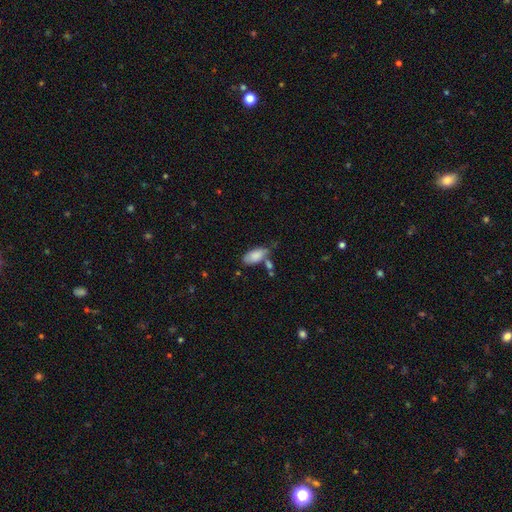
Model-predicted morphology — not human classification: smooth_or_featured: smooth (p=0.82) [alt: featured or disk p=0.11]
how_rounded: in between (p=0.91) [alt: cigar-shaped p=0.07]
merging: none (p=0.47) [alt: minor disturbance p=0.26]